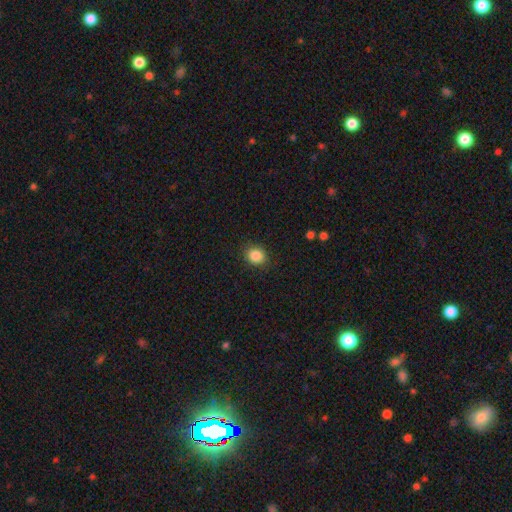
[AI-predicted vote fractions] A smooth galaxy with no disk features (86%) that is round (70%). Merging: none (88%).